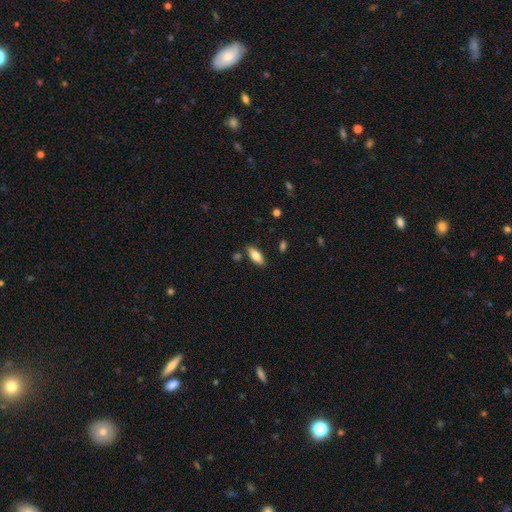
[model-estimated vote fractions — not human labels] Smooth or featured? smooth (77%)
How rounded? in between (78%)
Merging? none (83%)